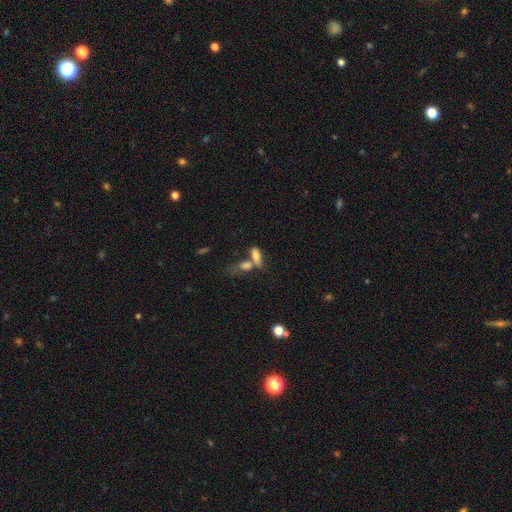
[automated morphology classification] Overall: smooth (74%). How rounded: in between (71%). Merging: merger (52%; none 30%).